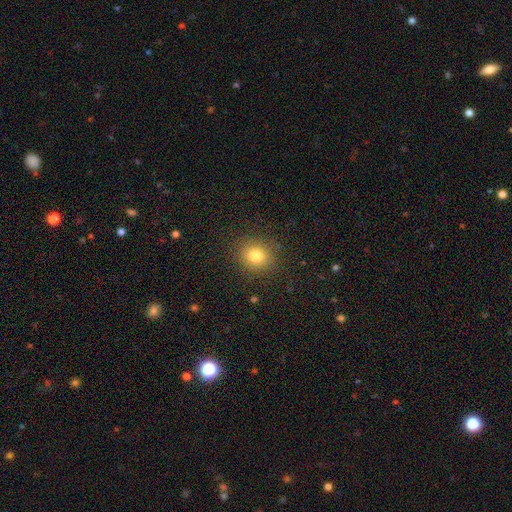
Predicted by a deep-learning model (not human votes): Q: Smooth or featured?
A: smooth (80%); runner-up: star or artifact (13%)
Q: How rounded?
A: round (80%); runner-up: in between (19%)
Q: Merging?
A: none (88%); runner-up: minor disturbance (8%)